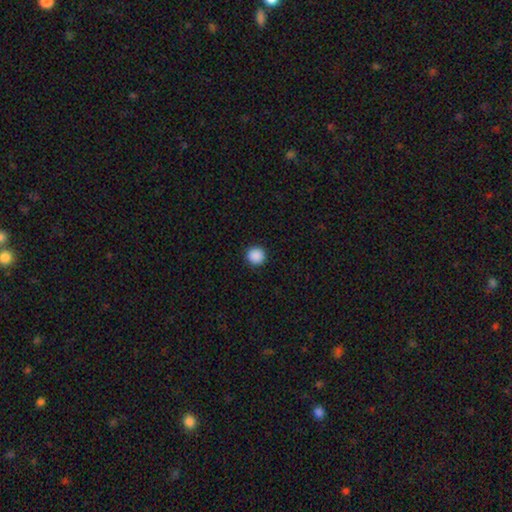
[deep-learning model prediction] smooth 89%, star or artifact 9%, featured or disk 2%. Down the decision tree: how rounded — round (95%); merging — none (93%).